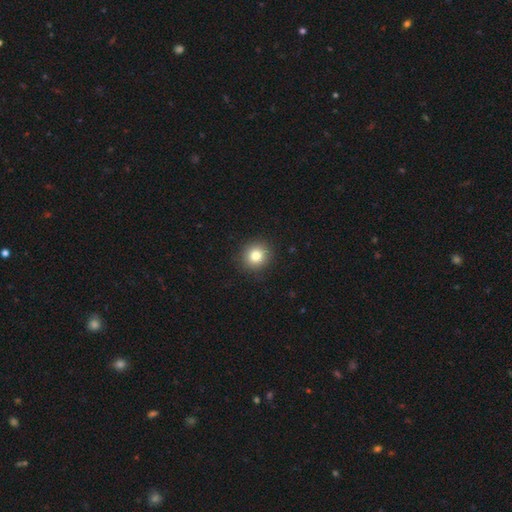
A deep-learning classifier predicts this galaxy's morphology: The model was most divided on "smooth or featured": smooth: 81%, star or artifact: 11%, featured or disk: 8%. More confident: merging — none (91%); how rounded — round (89%).